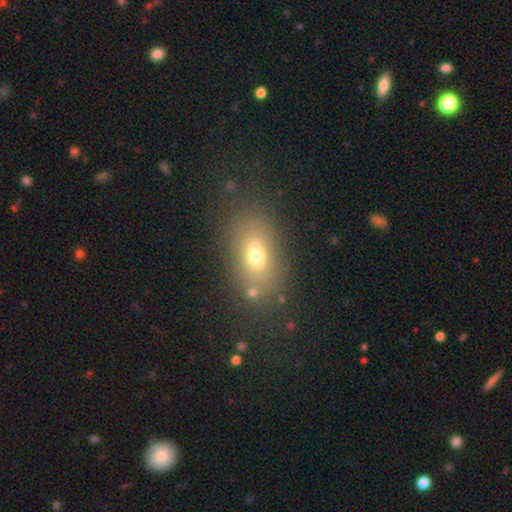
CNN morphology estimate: type=smooth (66%); roundness=in between (79%); merging=none (72%).